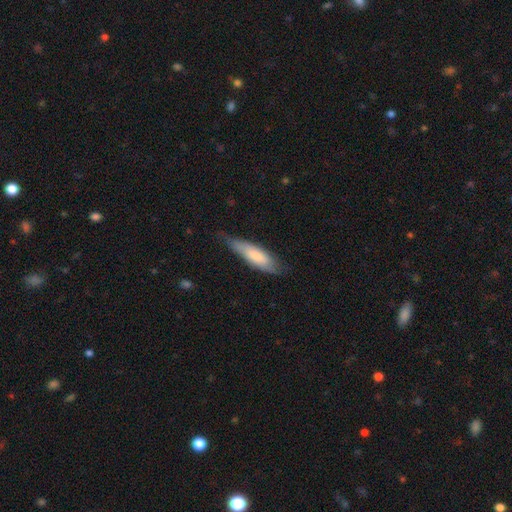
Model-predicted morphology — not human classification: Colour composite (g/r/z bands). It shows a smooth galaxy with no disk features (73%) that is cigar-shaped (58%). Merging: none (62%).